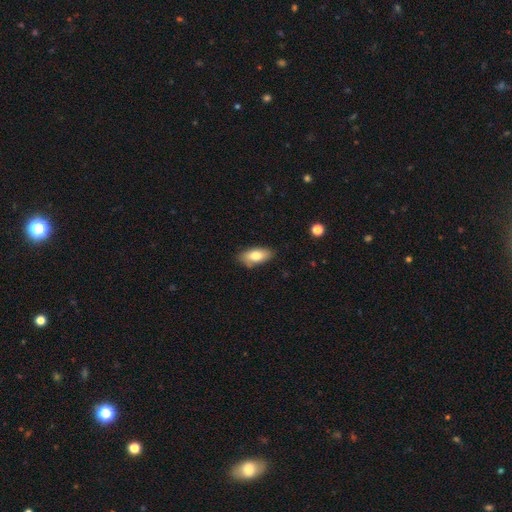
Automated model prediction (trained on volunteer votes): smooth_or_featured: smooth (p=0.76) [alt: featured or disk p=0.17]
how_rounded: in between (p=0.89) [alt: cigar-shaped p=0.07]
merging: none (p=0.79) [alt: minor disturbance p=0.16]